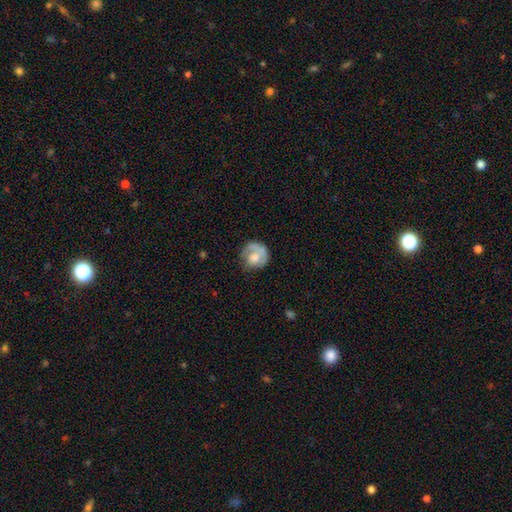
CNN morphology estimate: smooth-or-featured: smooth: 52% | featured or disk: 42% | star or artifact: 6%
  how-rounded: round: 82% | in between: 17% | cigar-shaped: 1%
  merging: none: 53% | minor disturbance: 23% | major disturbance: 20% | merger: 4%